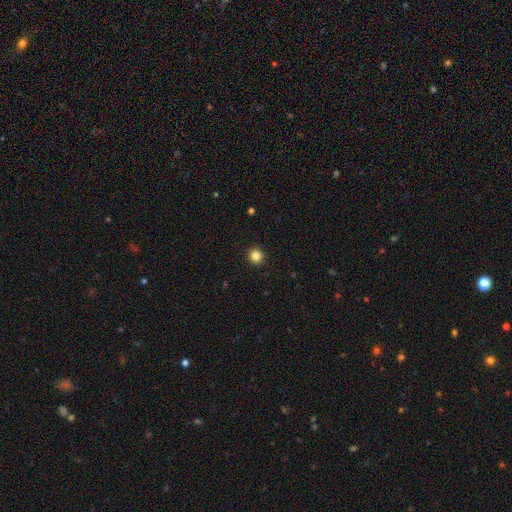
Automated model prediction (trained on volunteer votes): The model was most divided on "smooth or featured": smooth: 84%, star or artifact: 11%, featured or disk: 4%. More confident: how rounded — round (94%); merging — none (93%).